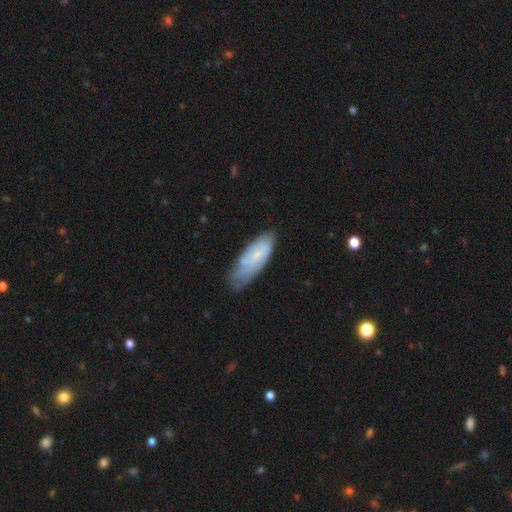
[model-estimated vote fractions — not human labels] A smooth galaxy with no disk features (57%) that is in between round and cigar-shaped (66%). Merging: none (54%).